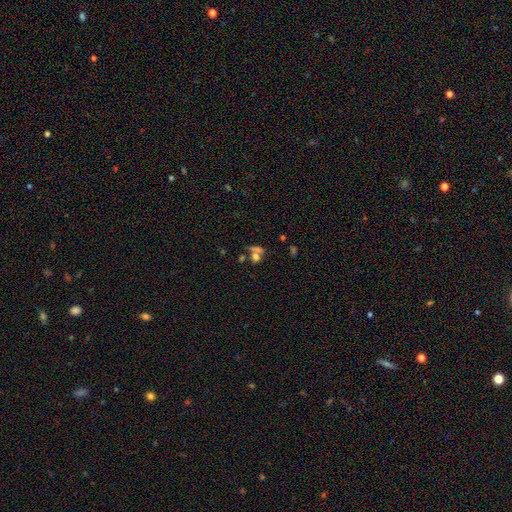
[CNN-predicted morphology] Smooth or featured? smooth (62%)
How rounded? round (51%)
Merging? merger (45%)